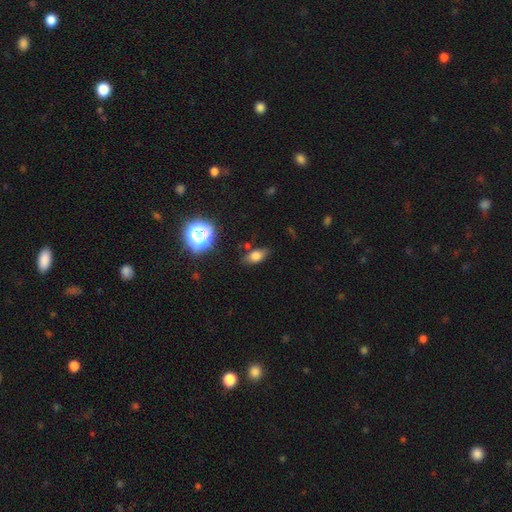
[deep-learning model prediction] Morphology: type=smooth (69%); roundness=in between (80%); merging=none (78%).